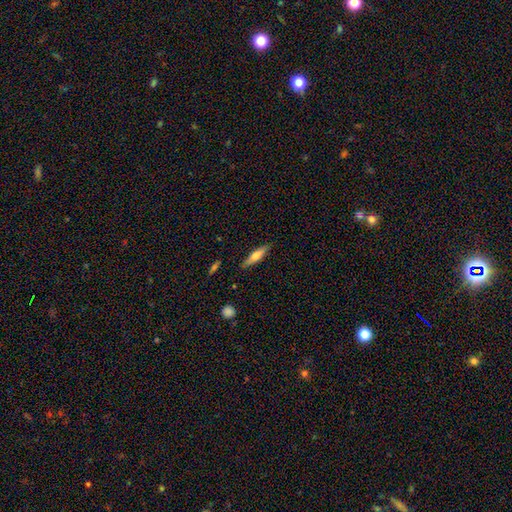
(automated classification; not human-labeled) Q: Smooth or featured?
A: smooth (60%); runner-up: featured or disk (34%)
Q: How rounded?
A: cigar-shaped (74%); runner-up: in between (24%)
Q: Merging?
A: none (86%); runner-up: minor disturbance (10%)